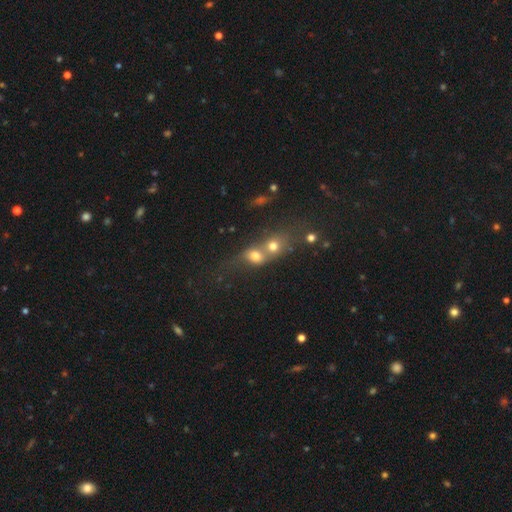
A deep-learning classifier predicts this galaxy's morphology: Overall: smooth (60%; featured or disk 22%). How rounded: round (61%; in between 35%). Merging: merger (73%).